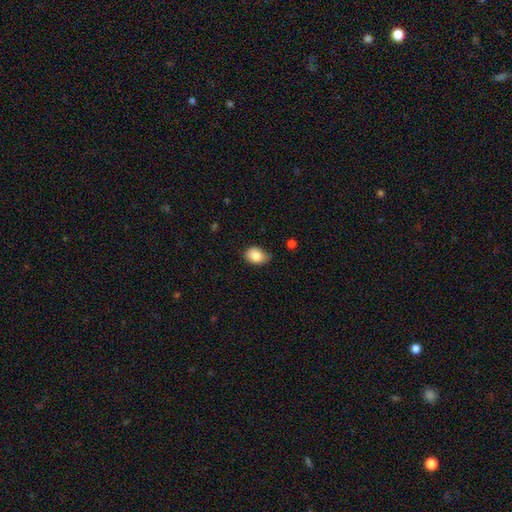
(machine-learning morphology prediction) The model was most divided on "merging": none: 65%, minor disturbance: 29%, major disturbance: 4%, merger: 2%. More confident: smooth or featured — smooth (83%); how rounded — in between (76%).